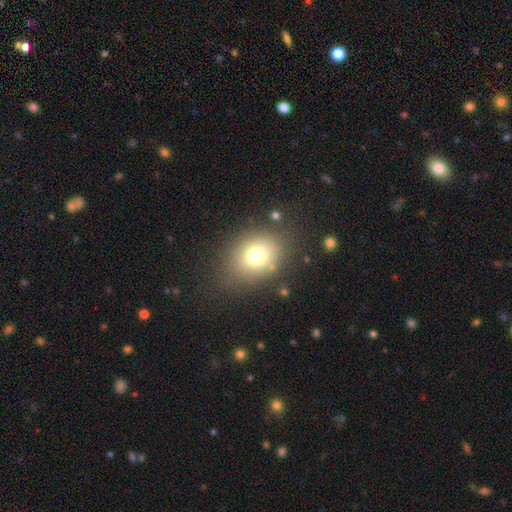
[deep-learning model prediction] Smooth or featured?
  - smooth: 74% *
  - star or artifact: 13%
  - featured or disk: 13%
How rounded?
  - in between: 54% *
  - round: 45%
  - cigar-shaped: 1%
Merging?
  - none: 77% *
  - minor disturbance: 14%
  - major disturbance: 6%
  - merger: 3%